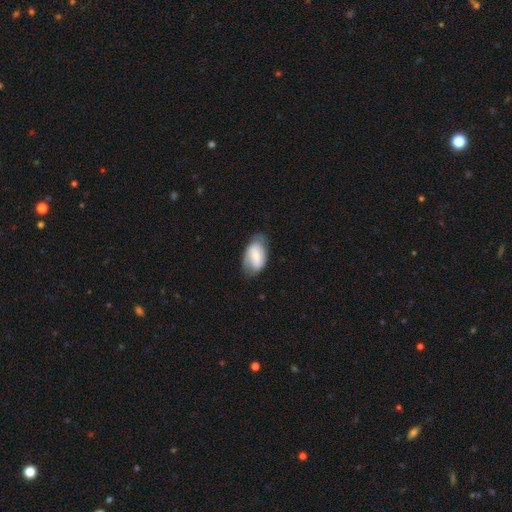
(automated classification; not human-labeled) The model was most divided on "smooth or featured": smooth: 61%, featured or disk: 33%, star or artifact: 7%. More confident: how rounded — in between (93%); merging — none (65%).